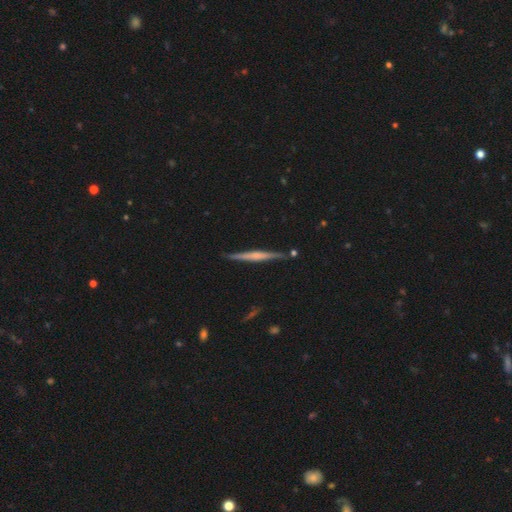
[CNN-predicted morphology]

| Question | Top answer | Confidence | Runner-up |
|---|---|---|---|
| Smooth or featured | featured or disk | 71% | smooth (23%) |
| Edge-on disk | yes | 98% | no (2%) |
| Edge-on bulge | rounded | 50% | none (30%) |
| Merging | none | 87% | minor disturbance (9%) |